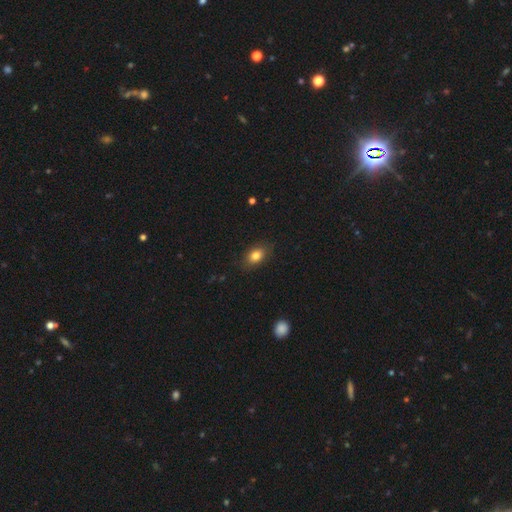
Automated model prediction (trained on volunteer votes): A smooth galaxy with no disk features (82%) that is in between round and cigar-shaped (79%). Merging: none (84%).